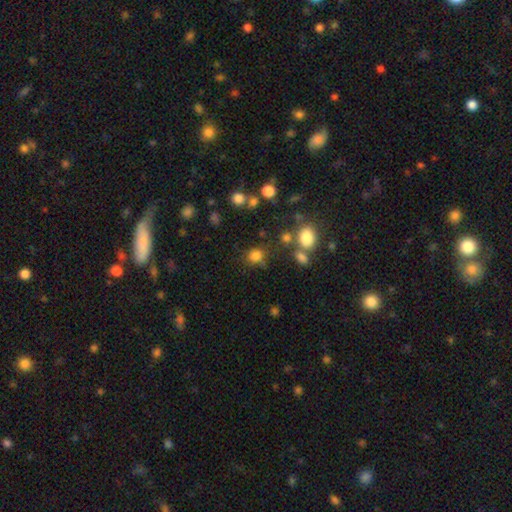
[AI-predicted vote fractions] The model was most divided on "how rounded": round: 76%, in between: 23%, cigar-shaped: 1%. More confident: smooth or featured — smooth (79%); merging — none (71%).